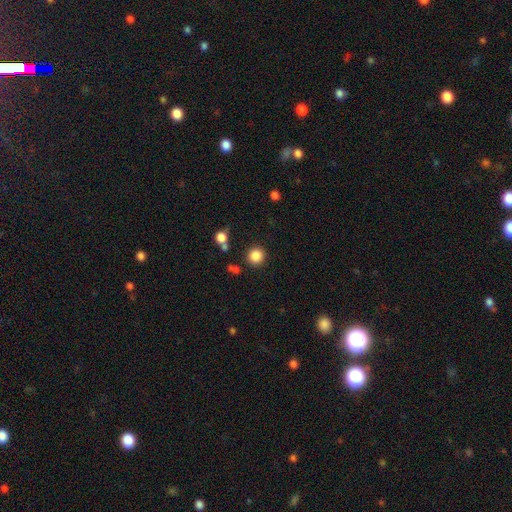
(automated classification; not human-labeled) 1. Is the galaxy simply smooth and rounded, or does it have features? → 85% smooth, 11% star or artifact, 4% featured or disk.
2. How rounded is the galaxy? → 92% round, 7% in between, 1% cigar-shaped.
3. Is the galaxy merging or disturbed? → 85% none, 7% minor disturbance, 4% merger, 3% major disturbance.